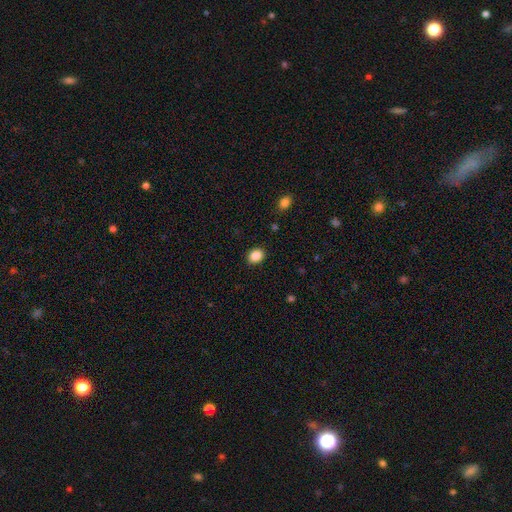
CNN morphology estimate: A smooth galaxy with no disk features (88%) that is in between round and cigar-shaped (56%). Merging: none (88%).